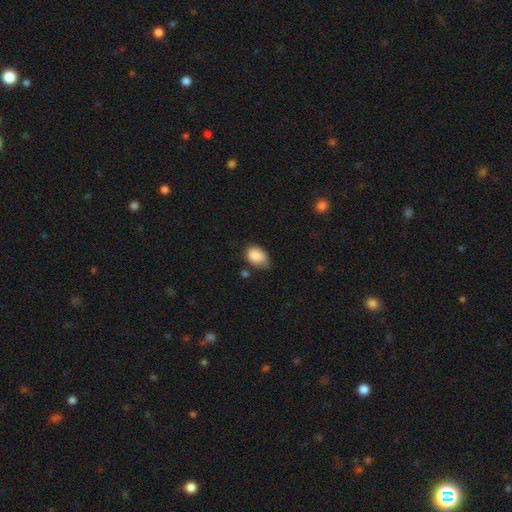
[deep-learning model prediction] smooth_or_featured: smooth (p=0.87) [alt: star or artifact p=0.08]
how_rounded: in between (p=0.71) [alt: round p=0.28]
merging: none (p=0.48) [alt: minor disturbance p=0.40]